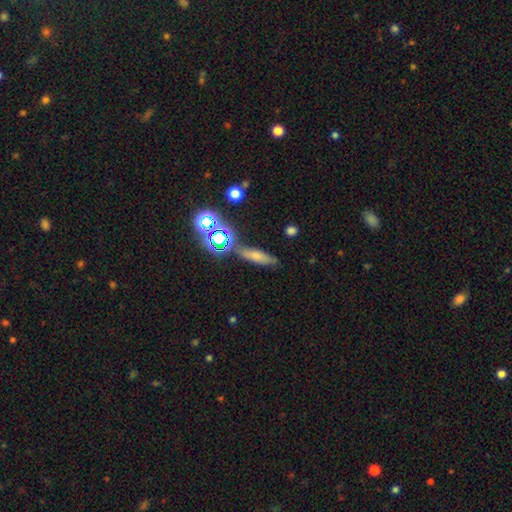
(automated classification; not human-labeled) This appears to be a smooth galaxy with no disk features (62%) that is cigar-shaped (62%). Merging: none (75%).